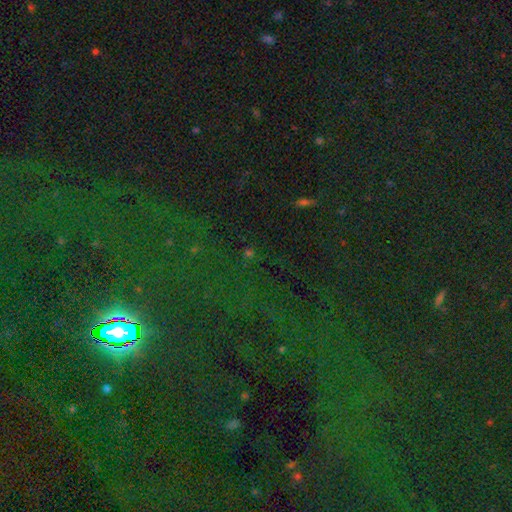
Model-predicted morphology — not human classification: Q: Smooth or featured?
A: star or artifact (81%); runner-up: smooth (11%)